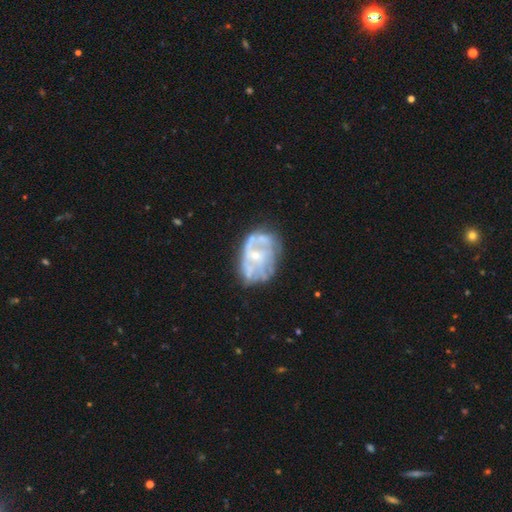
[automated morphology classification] A featured or disk galaxy (74%) with no bar (68%), spiral arms (52%) and a small central bulge (63%). Merging: none (51%).